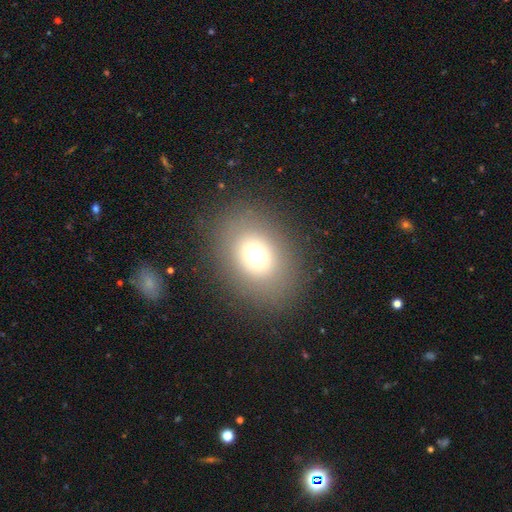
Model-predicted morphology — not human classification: Smooth or featured?
  - smooth: 69% *
  - featured or disk: 16%
  - star or artifact: 15%
How rounded?
  - in between: 55% *
  - round: 44%
  - cigar-shaped: 1%
Merging?
  - none: 85% *
  - minor disturbance: 9%
  - major disturbance: 5%
  - merger: 2%